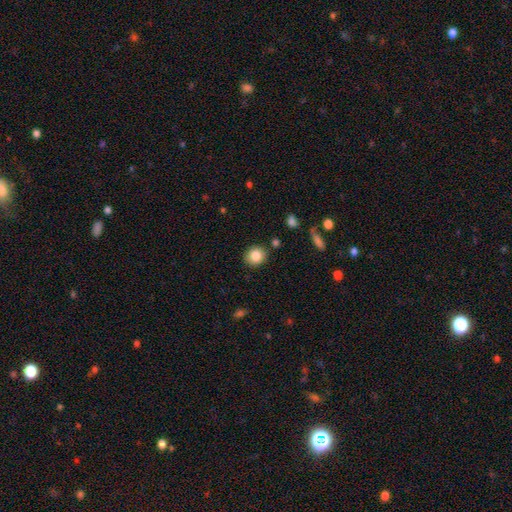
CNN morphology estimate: smooth_or_featured: smooth (p=0.84) [alt: star or artifact p=0.09]
how_rounded: round (p=0.77) [alt: in between p=0.22]
merging: none (p=0.87) [alt: minor disturbance p=0.08]